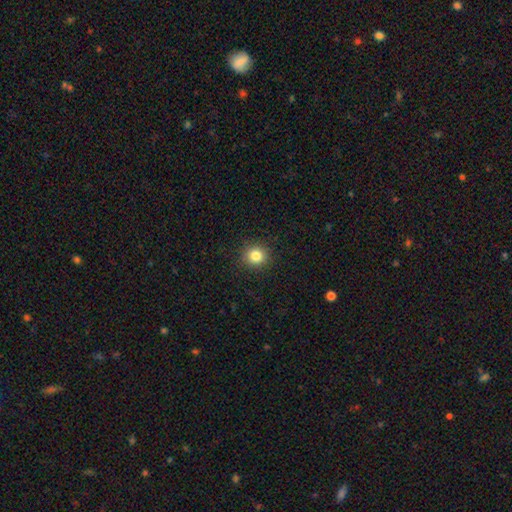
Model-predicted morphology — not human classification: Q: Smooth or featured?
A: smooth (83%); runner-up: star or artifact (12%)
Q: How rounded?
A: round (89%); runner-up: in between (10%)
Q: Merging?
A: none (91%); runner-up: minor disturbance (6%)